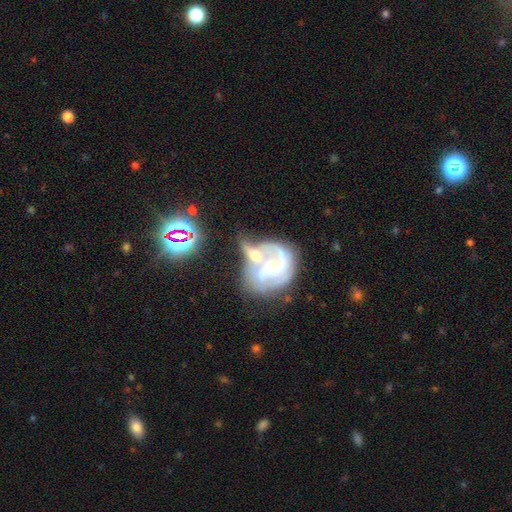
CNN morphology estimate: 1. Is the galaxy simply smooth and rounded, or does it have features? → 63% featured or disk, 20% smooth, 18% star or artifact.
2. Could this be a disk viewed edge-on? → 97% no, 3% yes.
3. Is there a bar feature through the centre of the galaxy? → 54% no, 31% weak, 14% strong.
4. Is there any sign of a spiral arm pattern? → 60% yes, 40% no.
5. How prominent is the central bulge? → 42% small, 27% moderate, 24% none, 4% large, 2% dominant.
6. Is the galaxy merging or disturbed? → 38% merger, 25% none, 22% major disturbance, 16% minor disturbance.